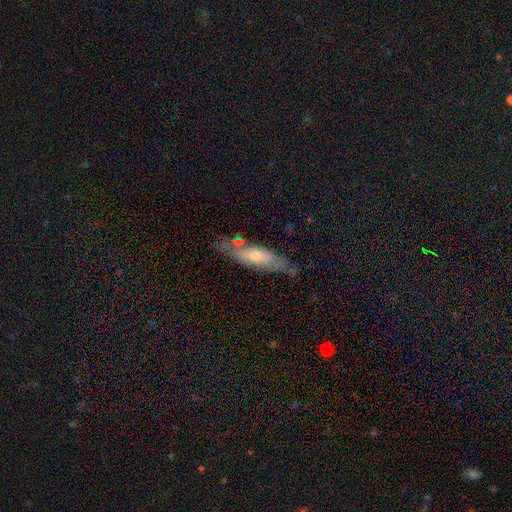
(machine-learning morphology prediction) A featured or disk galaxy (57%).

Vote fractions:
- Smooth or featured? featured or disk: 57% / smooth: 36% / star or artifact: 7%
- Edge-on disk? no: 53% / yes: 47%
- Merging? none: 63% / minor disturbance: 23% / major disturbance: 7% / merger: 6%